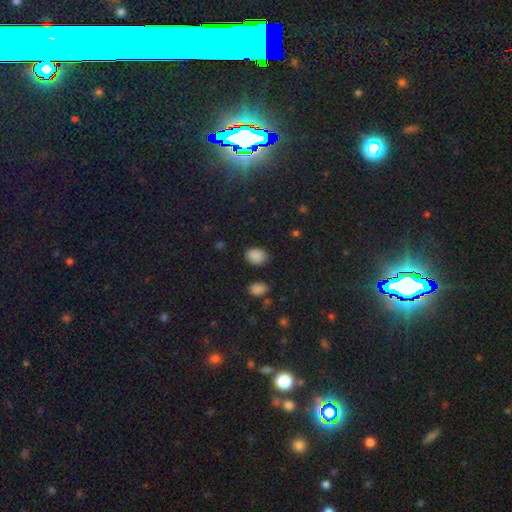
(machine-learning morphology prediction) smooth 86%, star or artifact 11%, featured or disk 3%. Down the decision tree: how rounded — in between (71%); merging — none (82%).